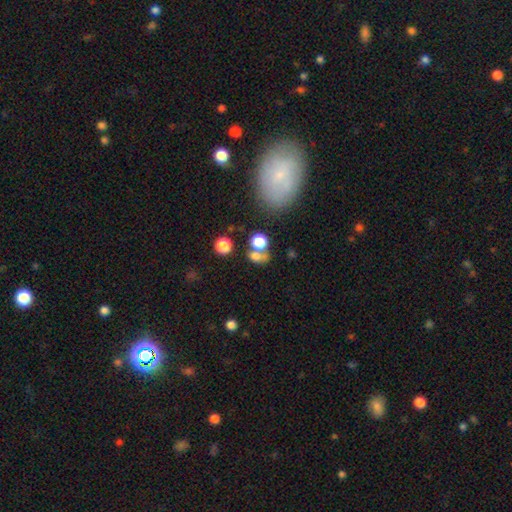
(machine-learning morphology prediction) smooth 72%, star or artifact 16%, featured or disk 12%. Down the decision tree: how rounded — round (50%); merging — none (43%).